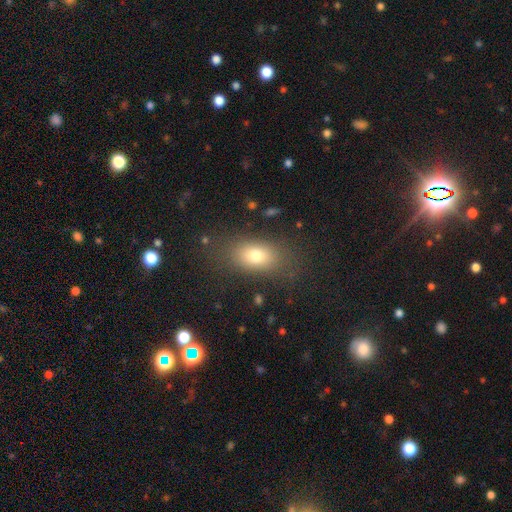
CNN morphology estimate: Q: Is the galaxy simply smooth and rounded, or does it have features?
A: smooth — 75%.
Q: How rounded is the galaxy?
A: in between — 82%.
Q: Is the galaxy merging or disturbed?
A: none — 80%.